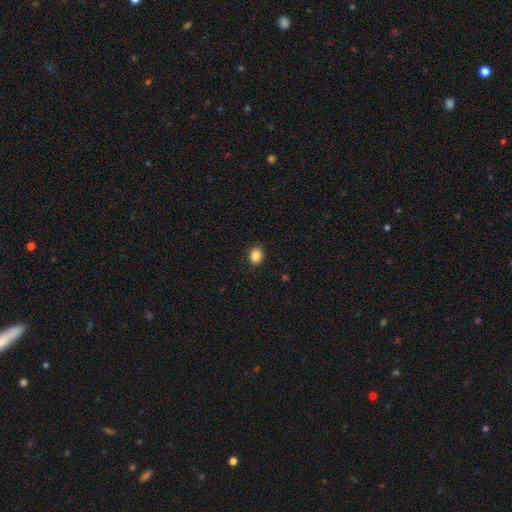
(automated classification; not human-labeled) Smooth or featured? Predicted: smooth (p=0.86). How rounded? Predicted: round (p=0.51). Merging? Predicted: none (p=0.90).